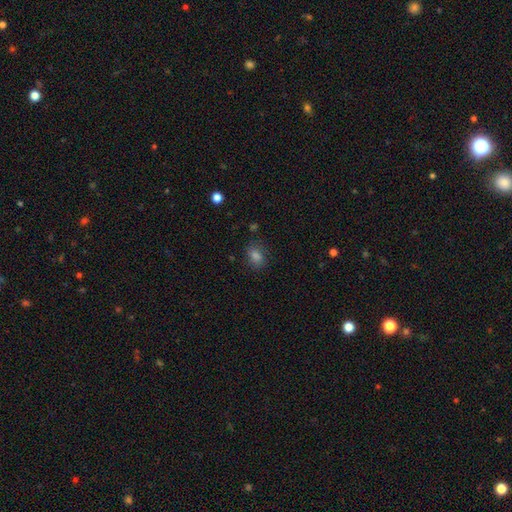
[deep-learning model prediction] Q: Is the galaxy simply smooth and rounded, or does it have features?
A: smooth — 76%.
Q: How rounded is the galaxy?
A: in between — 68%.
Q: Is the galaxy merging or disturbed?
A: none — 79%.